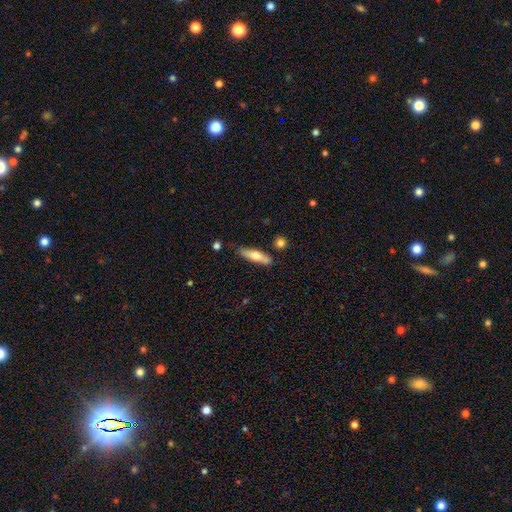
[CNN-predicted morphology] A smooth galaxy with no disk features (58%) that is cigar-shaped (70%).

Vote fractions:
- Smooth or featured? smooth: 58% / featured or disk: 36% / star or artifact: 6%
- How rounded? cigar-shaped: 70% / in between: 28% / round: 2%
- Merging? none: 77% / minor disturbance: 15% / merger: 5% / major disturbance: 3%